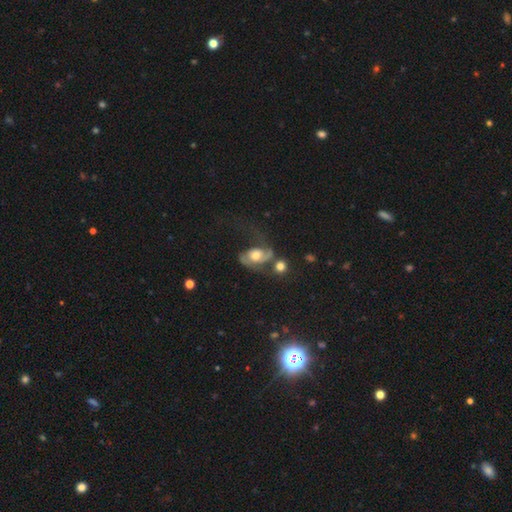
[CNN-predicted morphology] A featured or disk galaxy (68%) with no bar (71%), 2 (71%) loose (41%) spiral arms (84%) and a moderate central bulge (68%).

Vote fractions:
- Smooth or featured? featured or disk: 68% / smooth: 24% / star or artifact: 8%
- Edge-on disk? no: 96% / yes: 4%
- Bar? no: 71% / weak: 22% / strong: 6%
- Spiral arms? yes: 84% / no: 16%
- Spiral winding? loose: 41% / medium: 40% / tight: 20%
- Spiral arm count? 2: 71% / 1: 17% / can't tell: 8% / 3: 1% / 4: 1% / more than 4: 1%
- Bulge size? moderate: 68% / large: 14% / small: 14% / none: 2% / dominant: 2%
- Merging? major disturbance: 33% / none: 28% / merger: 20% / minor disturbance: 19%